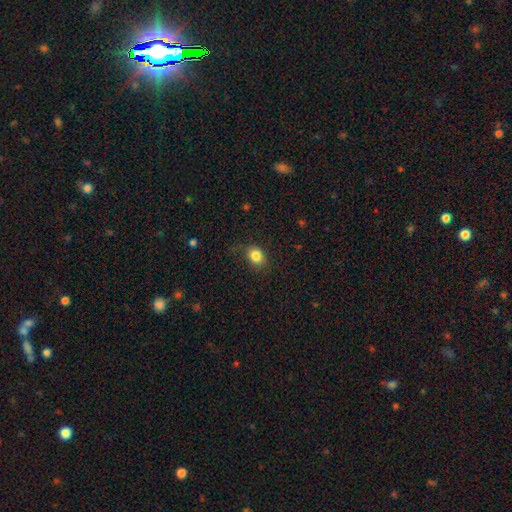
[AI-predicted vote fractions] This is clearly a smooth galaxy (84%). How rounded: possibly round (50%). Merging: likely none (74%).